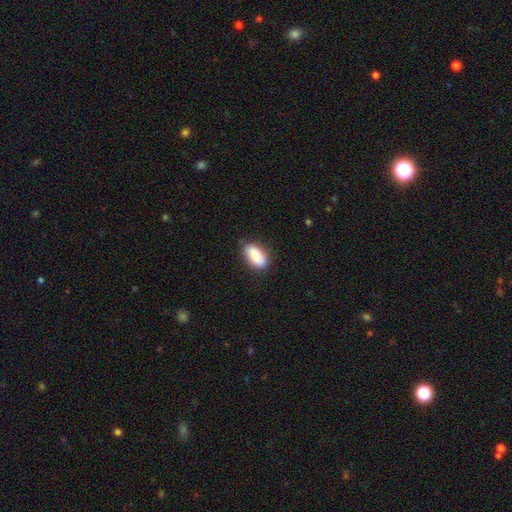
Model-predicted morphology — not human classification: smooth-or-featured: smooth: 87% | featured or disk: 7% | star or artifact: 6%
  how-rounded: in between: 91% | cigar-shaped: 5% | round: 4%
  merging: none: 82% | minor disturbance: 14% | major disturbance: 3% | merger: 1%